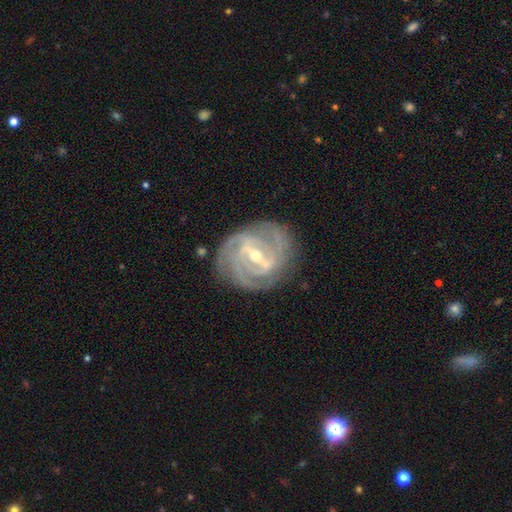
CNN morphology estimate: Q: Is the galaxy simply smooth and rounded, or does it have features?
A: featured or disk — 90%.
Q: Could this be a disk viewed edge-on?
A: no — 97%.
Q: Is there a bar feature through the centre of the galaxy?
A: strong — 58%.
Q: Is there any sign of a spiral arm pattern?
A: yes — 97%.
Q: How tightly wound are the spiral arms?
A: tight — 66%.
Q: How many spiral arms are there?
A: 3 — 31%.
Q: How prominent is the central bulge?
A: moderate — 50%.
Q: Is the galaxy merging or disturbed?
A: none — 79%.